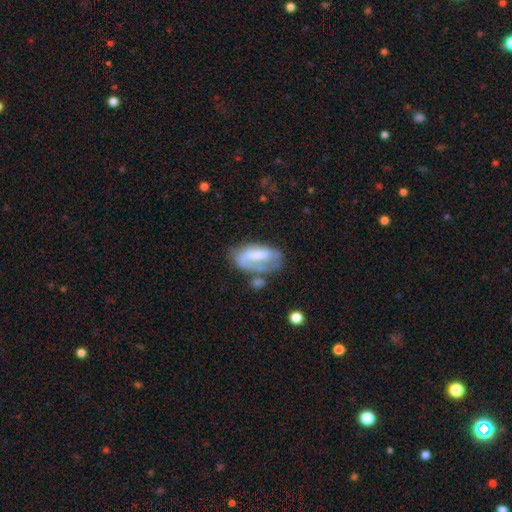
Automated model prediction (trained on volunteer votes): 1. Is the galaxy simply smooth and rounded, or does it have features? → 47% featured or disk, 45% smooth, 8% star or artifact.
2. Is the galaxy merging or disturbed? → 36% none, 27% minor disturbance, 25% major disturbance, 12% merger.